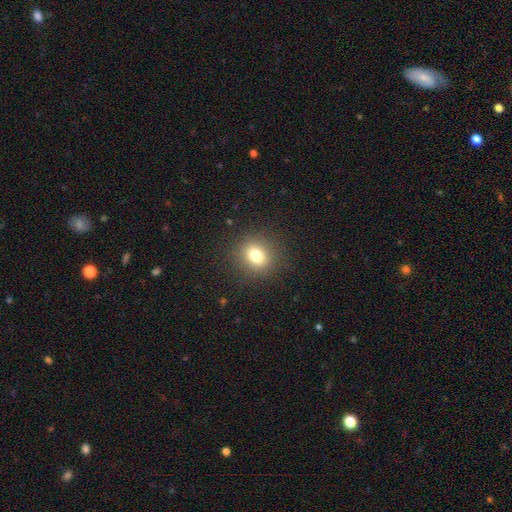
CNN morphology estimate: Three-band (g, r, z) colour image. It shows a smooth galaxy with no disk features (78%) that is round (67%). Merging: none (88%).